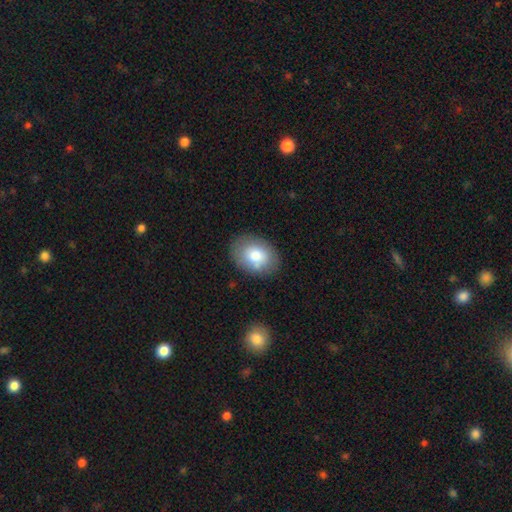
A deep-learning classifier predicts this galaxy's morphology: A smooth galaxy with no disk features (79%) that is in between round and cigar-shaped (71%).

Vote fractions:
- Smooth or featured? smooth: 79% / featured or disk: 13% / star or artifact: 8%
- How rounded? in between: 71% / round: 28% / cigar-shaped: 1%
- Merging? none: 81% / minor disturbance: 13% / major disturbance: 4% / merger: 2%